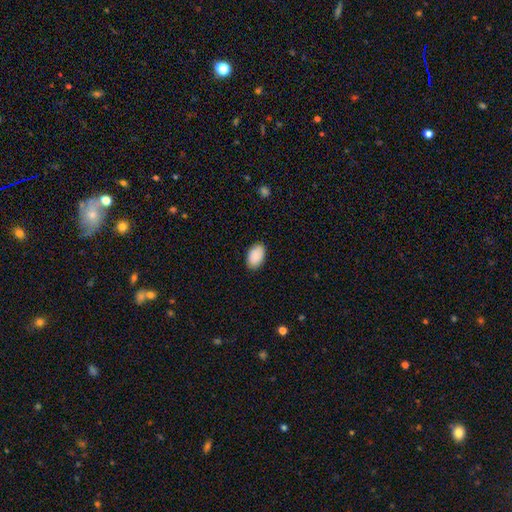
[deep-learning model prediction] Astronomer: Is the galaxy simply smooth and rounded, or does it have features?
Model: smooth — 91%.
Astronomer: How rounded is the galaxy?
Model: in between — 92%.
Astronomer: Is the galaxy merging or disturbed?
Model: none — 88%.